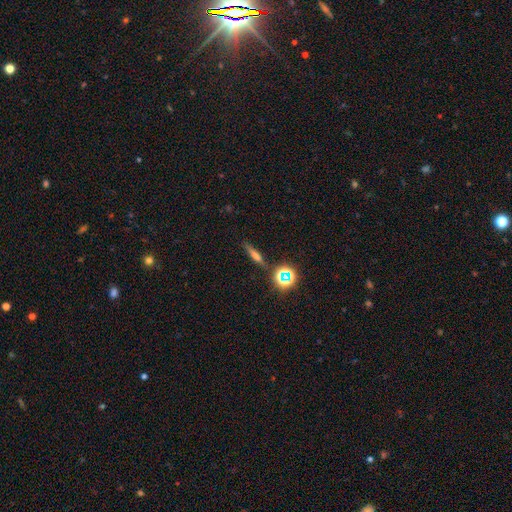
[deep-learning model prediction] smooth 43%, featured or disk 35%, star or artifact 22%. Down the decision tree: merging — none (83%).